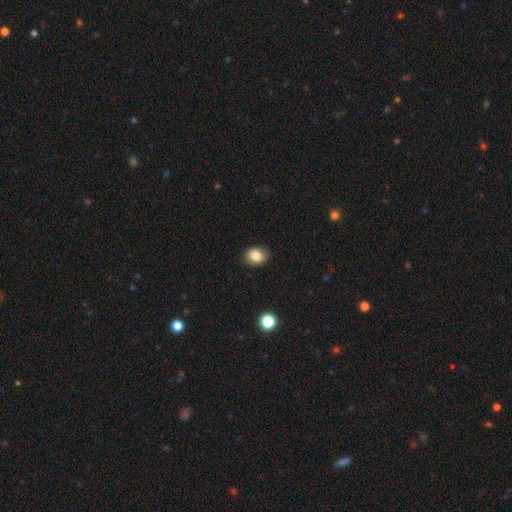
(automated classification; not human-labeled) Smooth or featured: smooth — 83% (star or artifact — 9%)
How rounded: in between — 57% (round — 42%)
Merging: none — 86% (minor disturbance — 10%)